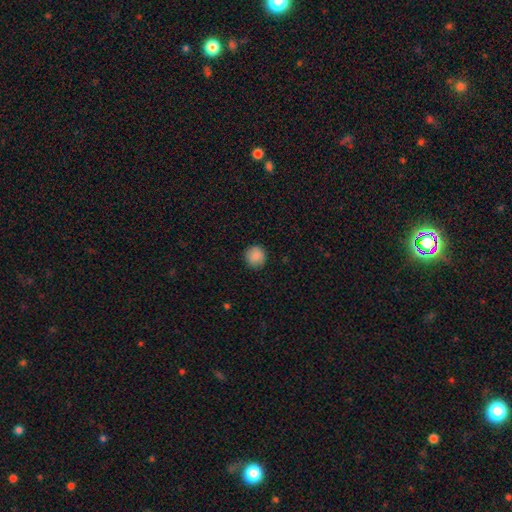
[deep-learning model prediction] Smooth or featured? smooth (88%)
How rounded? round (94%)
Merging? none (90%)